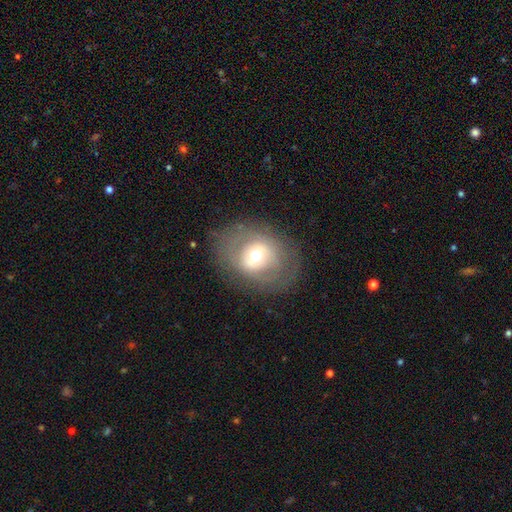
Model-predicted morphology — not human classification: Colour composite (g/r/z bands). It shows a featured or disk galaxy (47%). Merging: none (76%).